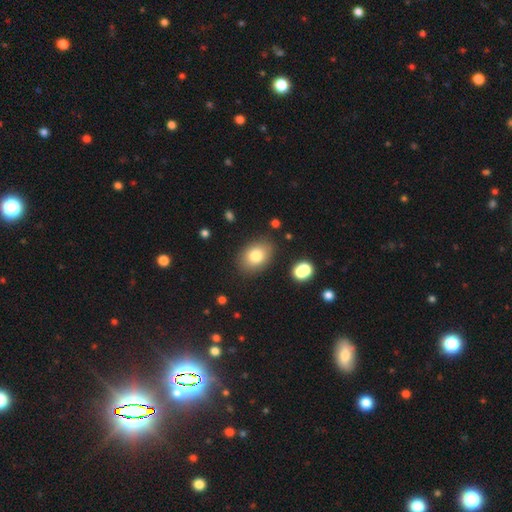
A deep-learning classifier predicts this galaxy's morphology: A smooth galaxy with no disk features (80%) that is in between round and cigar-shaped (72%). Merging: none (84%).